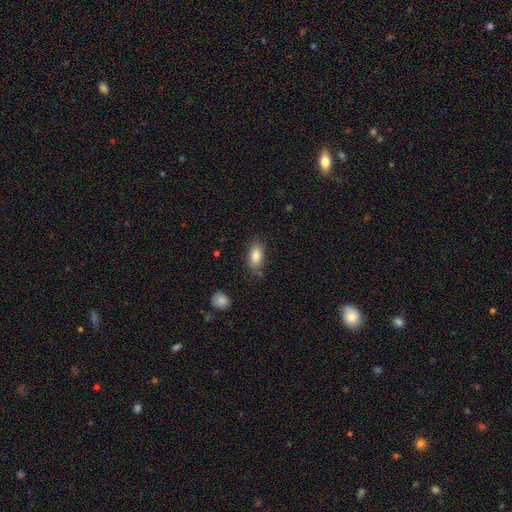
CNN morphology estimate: smooth-or-featured: smooth: 85% | star or artifact: 8% | featured or disk: 7%
  how-rounded: in between: 88% | cigar-shaped: 8% | round: 4%
  merging: none: 78% | minor disturbance: 15% | major disturbance: 4% | merger: 2%